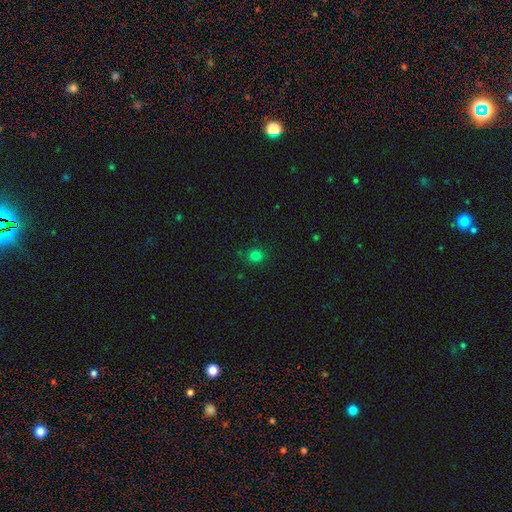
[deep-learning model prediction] Smooth or featured: smooth — 79% (star or artifact — 16%)
How rounded: round — 90% (in between — 9%)
Merging: none — 87% (minor disturbance — 9%)